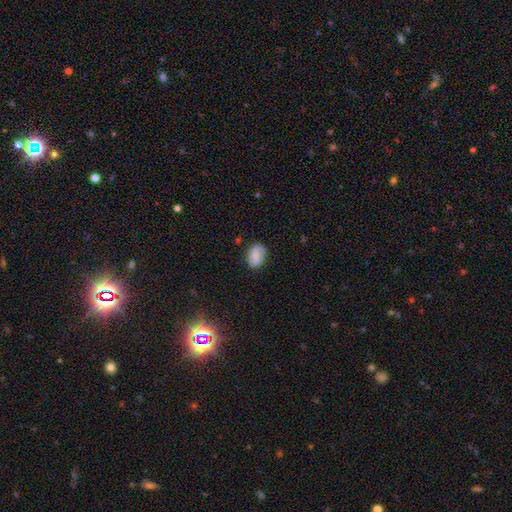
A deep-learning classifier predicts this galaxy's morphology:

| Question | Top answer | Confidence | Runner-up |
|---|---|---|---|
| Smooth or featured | smooth | 72% | featured or disk (19%) |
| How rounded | in between | 79% | round (20%) |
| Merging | none | 77% | minor disturbance (17%) |